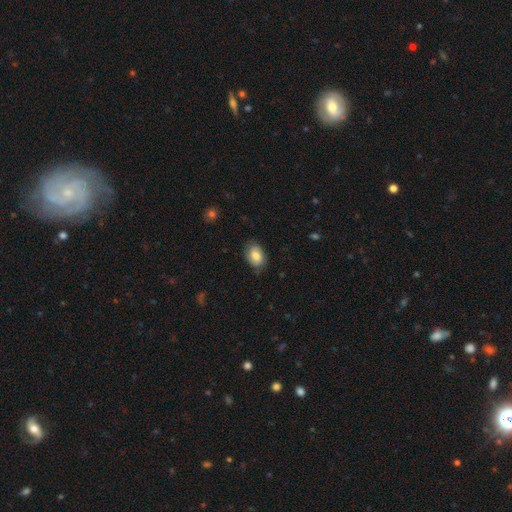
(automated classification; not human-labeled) A smooth galaxy with no disk features (75%) that is in between round and cigar-shaped (83%).

Vote fractions:
- Smooth or featured? smooth: 75% / featured or disk: 18% / star or artifact: 8%
- How rounded? in between: 83% / round: 16% / cigar-shaped: 1%
- Merging? none: 77% / minor disturbance: 18% / major disturbance: 4% / merger: 1%